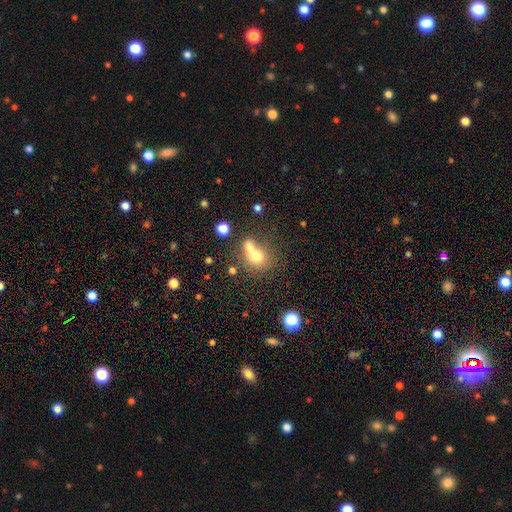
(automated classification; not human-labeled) This is likely a smooth galaxy (68%). How rounded: likely round (64%). Merging: possibly merger (58%).